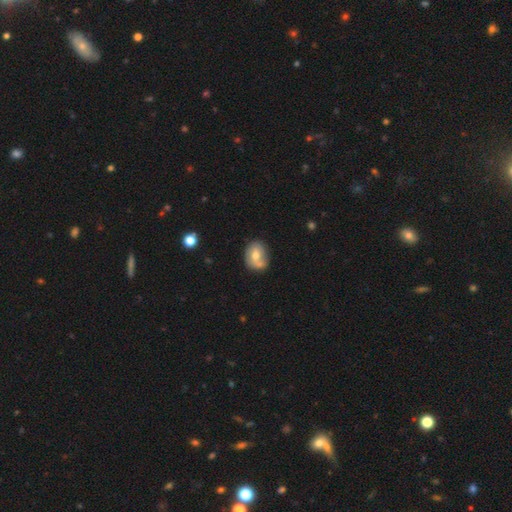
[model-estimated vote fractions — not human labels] smooth_or_featured: smooth (p=0.56) [alt: featured or disk p=0.36]
how_rounded: in between (p=0.54) [alt: round p=0.45]
merging: none (p=0.46) [alt: merger p=0.28]